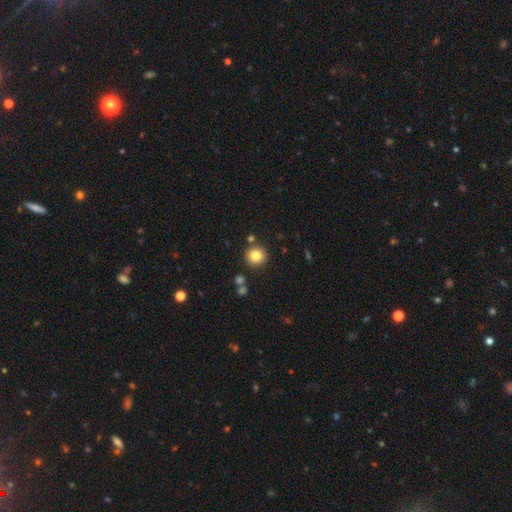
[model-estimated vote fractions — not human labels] Smooth or featured? smooth (82%)
How rounded? round (92%)
Merging? none (85%)